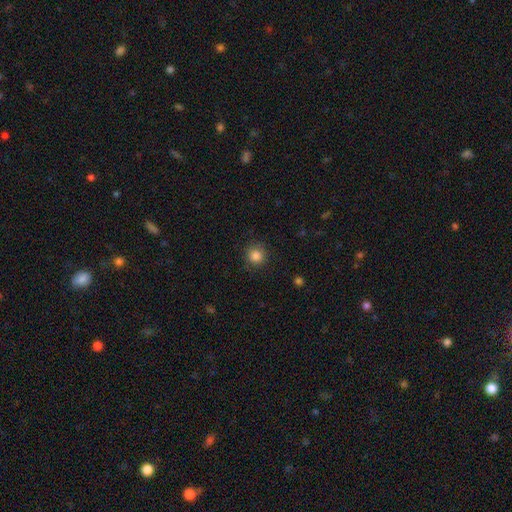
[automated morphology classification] Smooth or featured?
  - smooth: 85% *
  - star or artifact: 11%
  - featured or disk: 4%
How rounded?
  - round: 94% *
  - in between: 6%
  - cigar-shaped: 1%
Merging?
  - none: 87% *
  - minor disturbance: 9%
  - major disturbance: 3%
  - merger: 1%